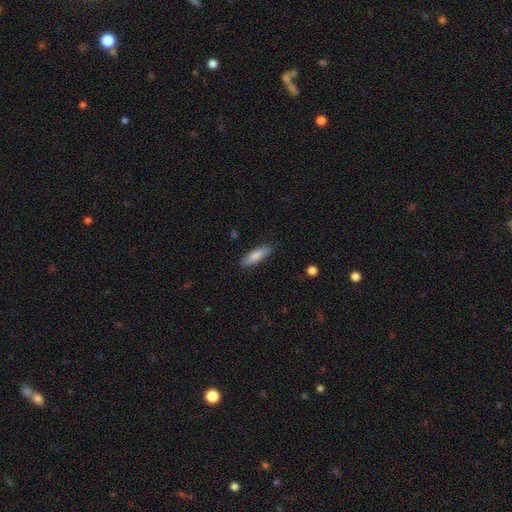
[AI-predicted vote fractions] Smooth or featured? Predicted: smooth (p=0.81). How rounded? Predicted: cigar-shaped (p=0.63). Merging? Predicted: none (p=0.87).